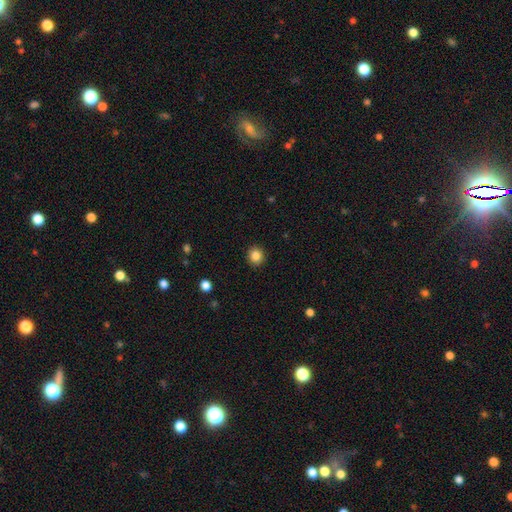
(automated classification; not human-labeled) A smooth galaxy with no disk features (85%) that is round (88%). Merging: none (92%).